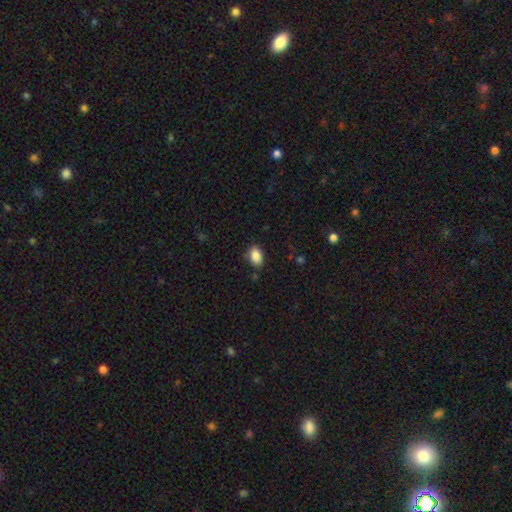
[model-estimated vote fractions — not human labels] This appears to be a smooth galaxy with no disk features (88%) that is in between round and cigar-shaped (85%). Merging: none (83%).